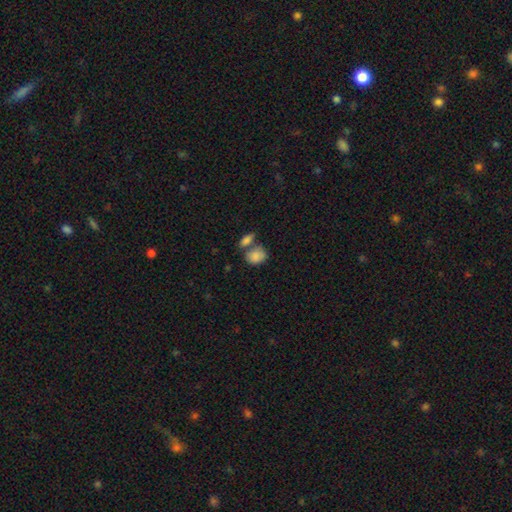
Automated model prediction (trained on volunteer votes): Smooth or featured? Predicted: smooth (p=0.85). How rounded? Predicted: in between (p=0.62). Merging? Predicted: merger (p=0.41).